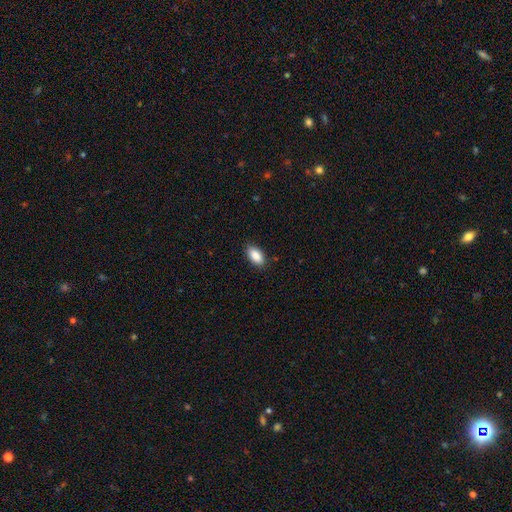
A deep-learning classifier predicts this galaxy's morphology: Smooth or featured? smooth (89%)
How rounded? in between (93%)
Merging? none (87%)